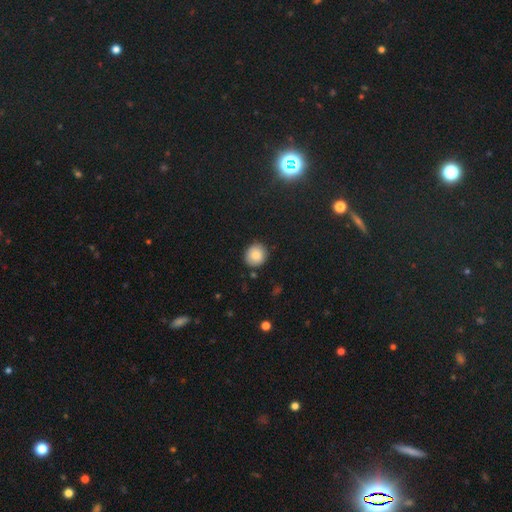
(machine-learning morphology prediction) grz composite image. It shows a smooth galaxy with no disk features (84%) that is round (88%). Merging: none (87%).